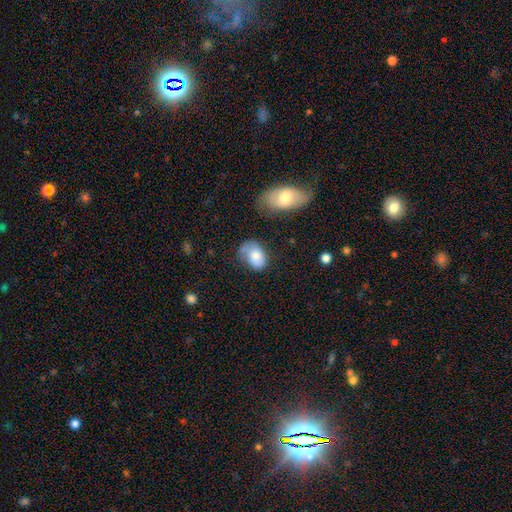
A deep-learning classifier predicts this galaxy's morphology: The model was most divided on "merging": none: 42%, minor disturbance: 32%, major disturbance: 19%, merger: 7%. More confident: how rounded — in between (81%); smooth or featured — smooth (67%).